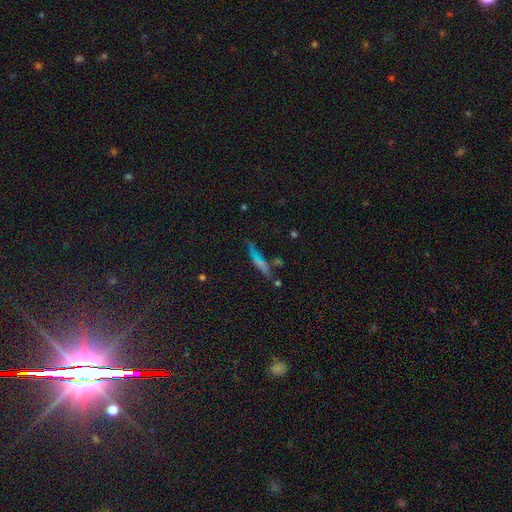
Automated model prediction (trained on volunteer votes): This appears to be a featured or disk galaxy (42%). Merging: none (75%).